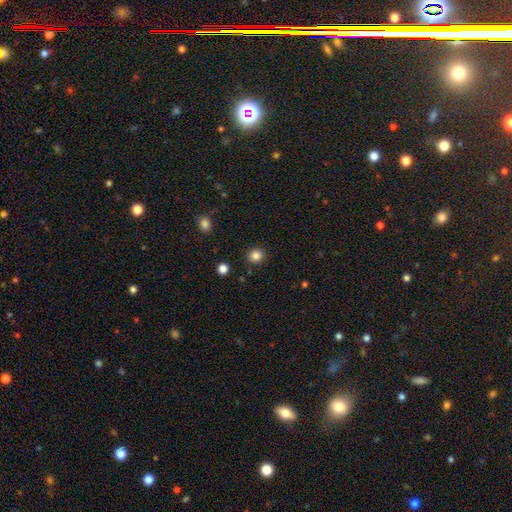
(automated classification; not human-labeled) Morphology: type=smooth (84%); roundness=round (88%); merging=none (90%).